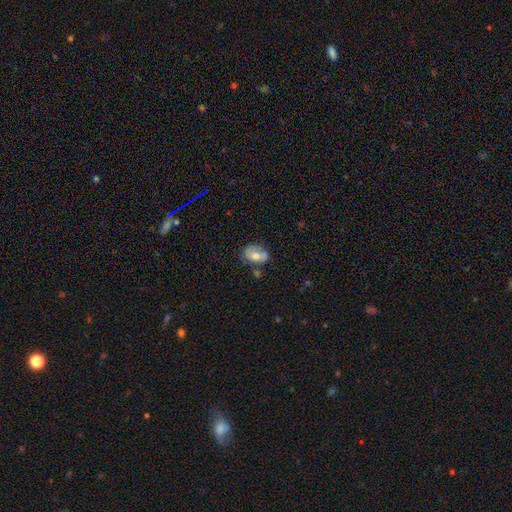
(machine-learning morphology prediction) smooth 64%, featured or disk 28%, star or artifact 8%. Down the decision tree: how rounded — in between (82%); merging — none (54%).